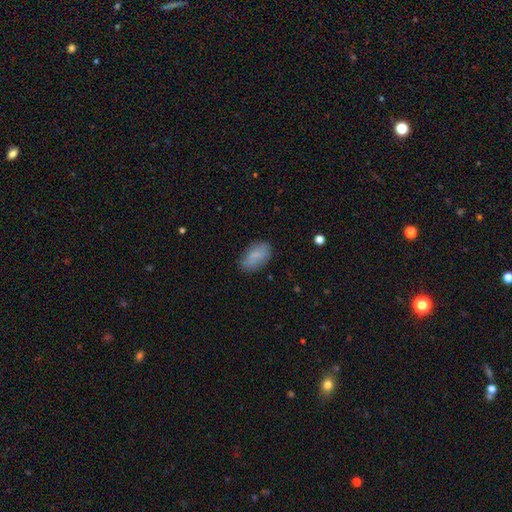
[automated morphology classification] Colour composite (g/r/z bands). It shows a smooth galaxy with no disk features (81%) that is in between round and cigar-shaped (93%). Merging: none (80%).